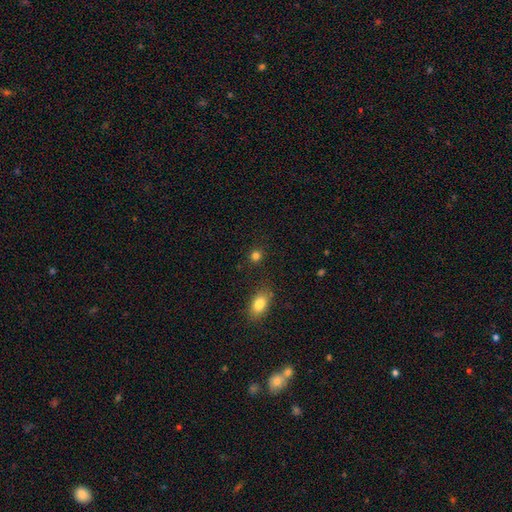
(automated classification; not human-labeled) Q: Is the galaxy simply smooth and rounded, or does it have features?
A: smooth — 81%.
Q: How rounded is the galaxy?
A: round — 86%.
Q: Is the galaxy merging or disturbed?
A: none — 86%.